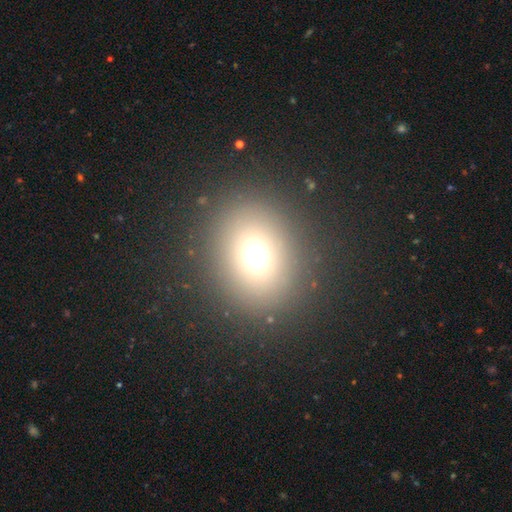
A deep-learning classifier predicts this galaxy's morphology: Smooth or featured?
  - smooth: 66% *
  - star or artifact: 23%
  - featured or disk: 12%
How rounded?
  - round: 62% *
  - in between: 37%
  - cigar-shaped: 1%
Merging?
  - none: 85% *
  - minor disturbance: 8%
  - major disturbance: 5%
  - merger: 2%